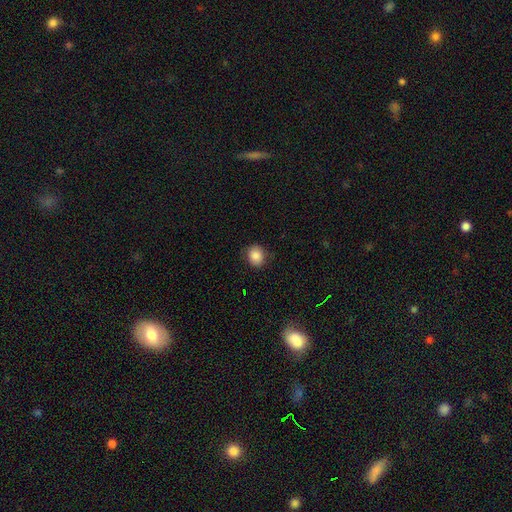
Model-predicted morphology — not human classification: This is clearly a smooth galaxy (85%). How rounded: likely round (69%). Merging: clearly none (83%).